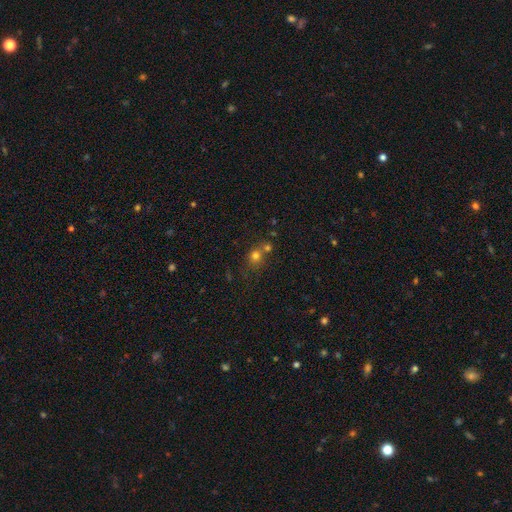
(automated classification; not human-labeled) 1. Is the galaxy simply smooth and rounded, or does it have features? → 72% smooth, 17% star or artifact, 11% featured or disk.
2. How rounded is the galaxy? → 81% round, 18% in between, 1% cigar-shaped.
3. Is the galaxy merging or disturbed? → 50% none, 37% merger, 9% minor disturbance, 4% major disturbance.